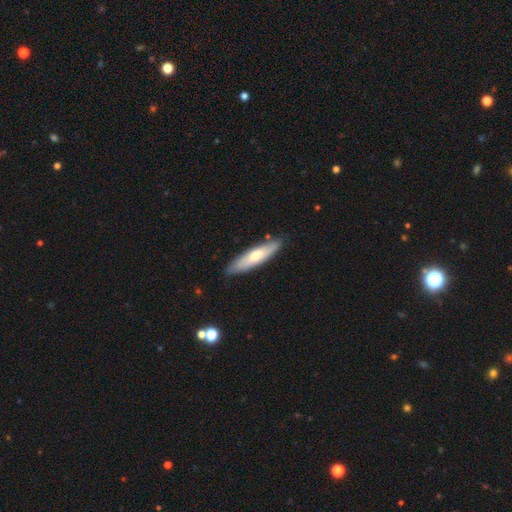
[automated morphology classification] This appears to be a smooth galaxy with no disk features (54%) that is cigar-shaped (75%). Merging: none (84%).